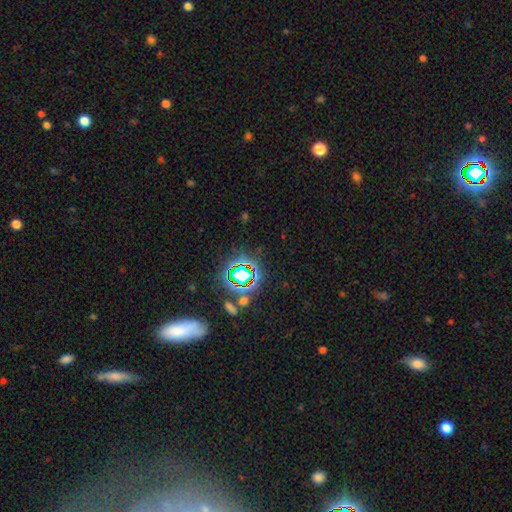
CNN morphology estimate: Smooth or featured?
  - star or artifact: 70% *
  - smooth: 19%
  - featured or disk: 11%